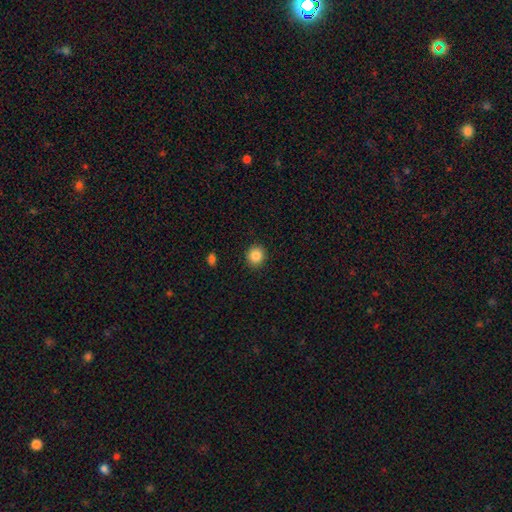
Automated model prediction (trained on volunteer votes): The model was most divided on "how rounded": round: 87%, in between: 13%, cigar-shaped: 1%. More confident: merging — none (91%); smooth or featured — smooth (86%).